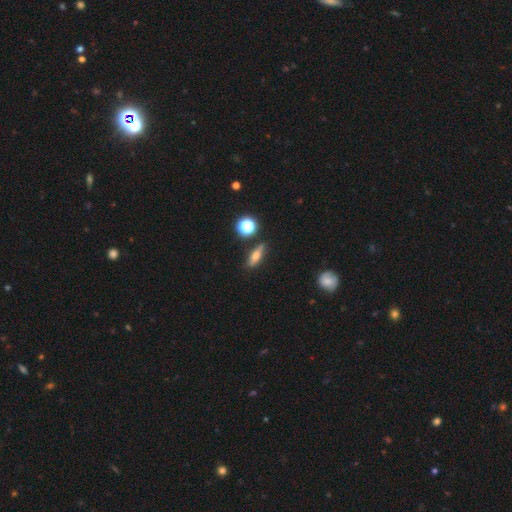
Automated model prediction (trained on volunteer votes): Smooth or featured? Predicted: smooth (p=0.57). How rounded? Predicted: cigar-shaped (p=0.50). Merging? Predicted: none (p=0.82).